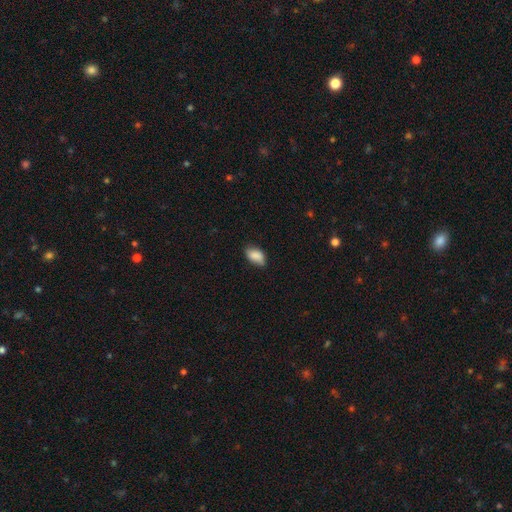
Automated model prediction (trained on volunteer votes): Smooth or featured: smooth — 87% (star or artifact — 7%)
How rounded: in between — 91% (round — 7%)
Merging: none — 75% (minor disturbance — 20%)